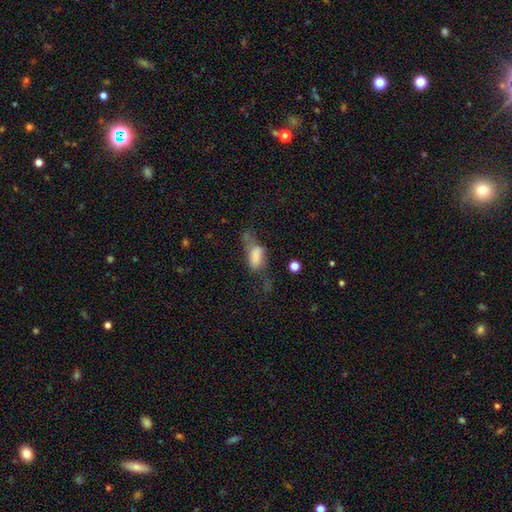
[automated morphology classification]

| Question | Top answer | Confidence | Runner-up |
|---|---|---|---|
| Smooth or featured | smooth | 64% | featured or disk (25%) |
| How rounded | in between | 84% | cigar-shaped (10%) |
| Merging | major disturbance | 45% | none (23%) |